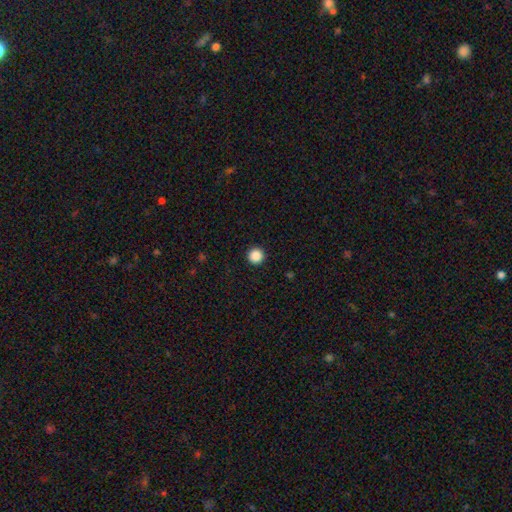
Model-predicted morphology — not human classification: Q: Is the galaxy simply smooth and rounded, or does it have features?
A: smooth — 87%.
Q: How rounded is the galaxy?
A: round — 97%.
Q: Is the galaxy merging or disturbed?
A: none — 94%.